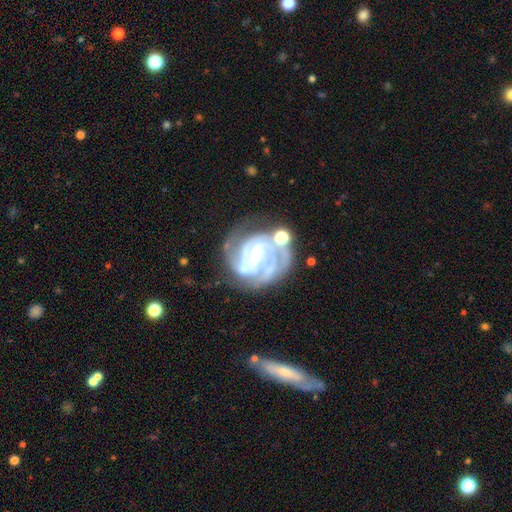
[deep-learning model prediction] This is clearly a featured or disk galaxy (87%). It is clearly not viewed edge-on (98%). Bar: marginally weak (42%). Spiral arm pattern: clearly yes (95%). Spiral arm count: marginally 3 (32%). Spiral winding: likely tight (61%). Central bulge: likely small (69%). Merging: possibly none (54%).